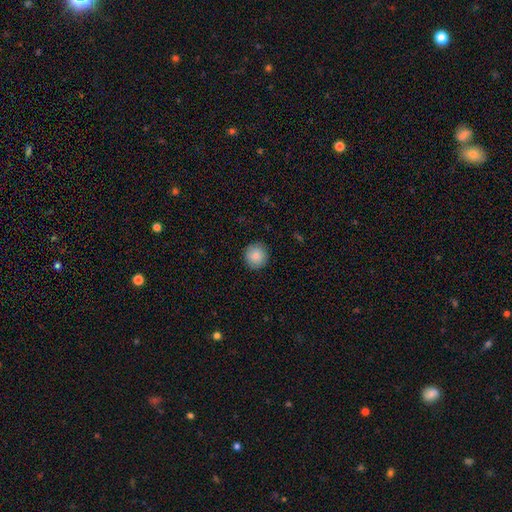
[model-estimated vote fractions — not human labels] Morphology: type=smooth (87%); roundness=round (95%); merging=none (91%).